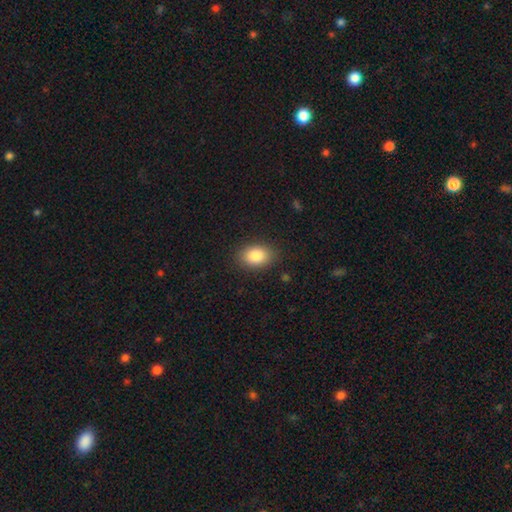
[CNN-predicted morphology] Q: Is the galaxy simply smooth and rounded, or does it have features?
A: smooth — 85%.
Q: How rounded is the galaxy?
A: in between — 82%.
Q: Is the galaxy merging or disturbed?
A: none — 87%.